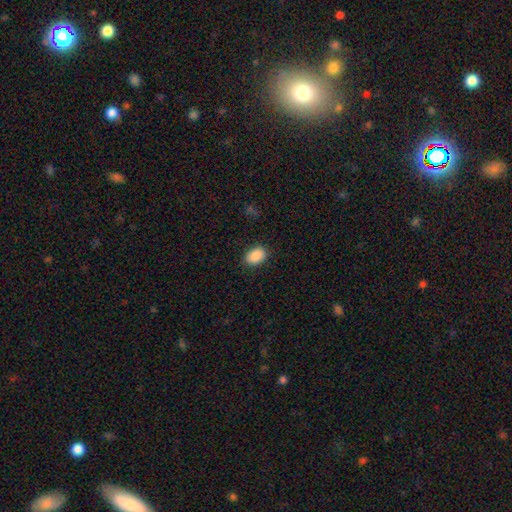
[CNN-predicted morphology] Smooth or featured: smooth — 89% (star or artifact — 8%)
How rounded: in between — 83% (round — 16%)
Merging: none — 86% (minor disturbance — 10%)